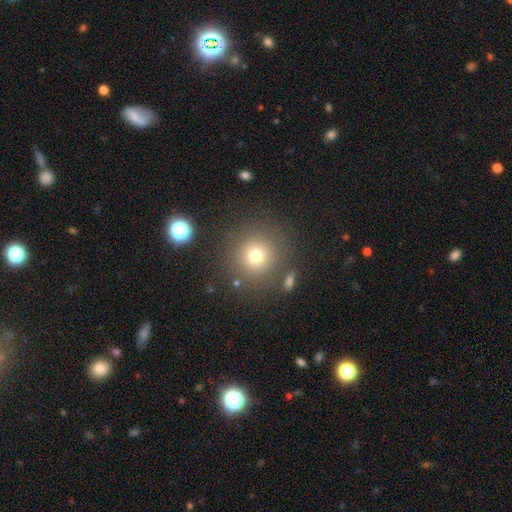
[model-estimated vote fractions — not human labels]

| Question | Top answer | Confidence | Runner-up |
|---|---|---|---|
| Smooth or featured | smooth | 73% | star or artifact (17%) |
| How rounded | round | 93% | in between (6%) |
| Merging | none | 85% | minor disturbance (8%) |